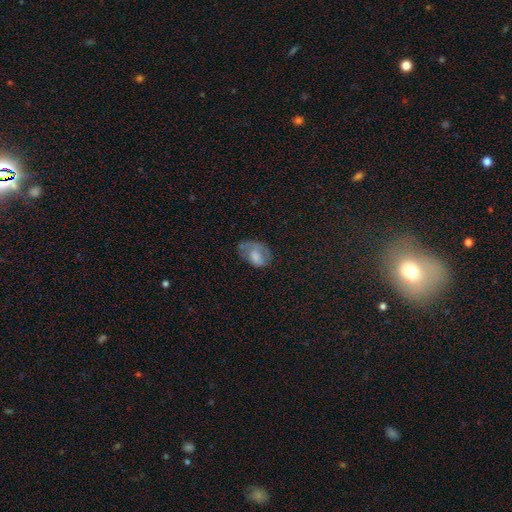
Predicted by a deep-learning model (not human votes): smooth_or_featured: smooth (p=0.67) [alt: featured or disk p=0.22]
how_rounded: in between (p=0.79) [alt: round p=0.20]
merging: none (p=0.37) [alt: minor disturbance p=0.34]